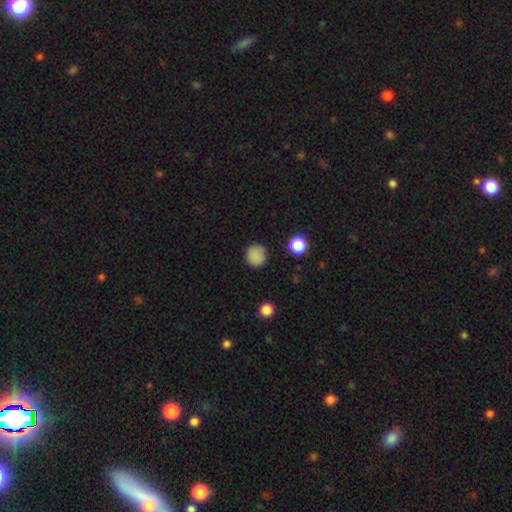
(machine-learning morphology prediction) Smooth or featured?
  - smooth: 85% *
  - star or artifact: 11%
  - featured or disk: 4%
How rounded?
  - round: 93% *
  - in between: 6%
  - cigar-shaped: 1%
Merging?
  - none: 85% *
  - minor disturbance: 11%
  - major disturbance: 3%
  - merger: 2%